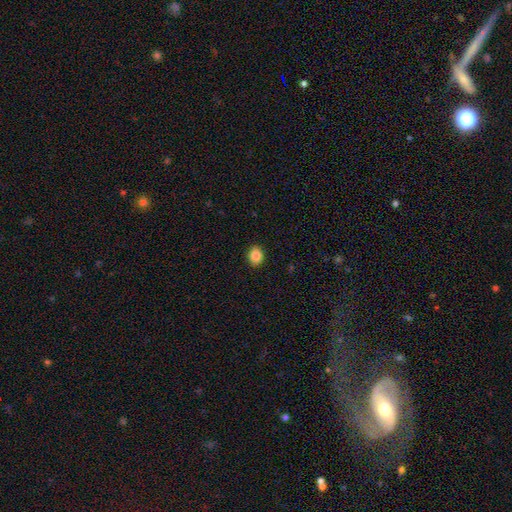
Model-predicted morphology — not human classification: The model was most divided on "how rounded": round: 58%, in between: 41%, cigar-shaped: 1%. More confident: merging — none (91%); smooth or featured — smooth (87%).